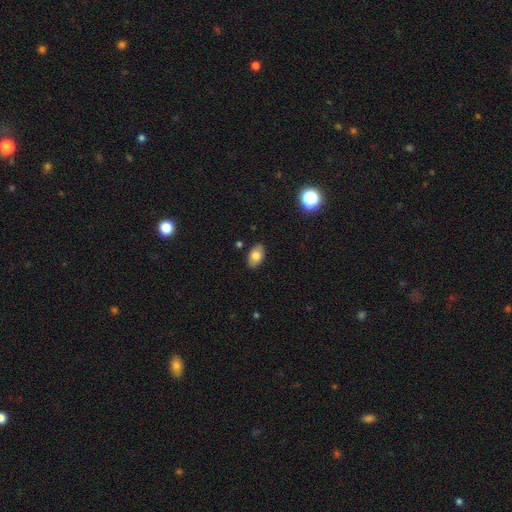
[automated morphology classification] smooth-or-featured: smooth: 78% | featured or disk: 14% | star or artifact: 8%
  how-rounded: in between: 91% | round: 7% | cigar-shaped: 1%
  merging: none: 86% | minor disturbance: 10% | major disturbance: 2% | merger: 1%